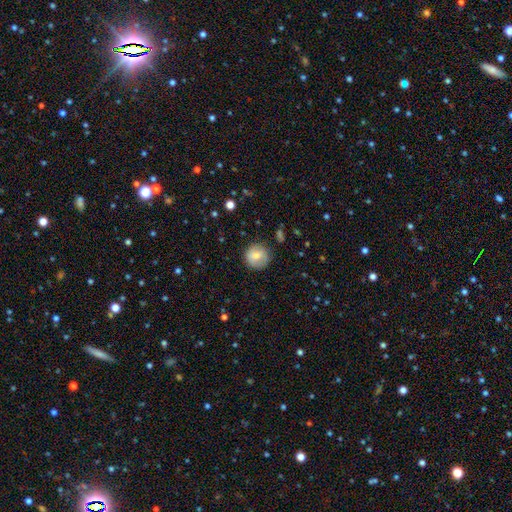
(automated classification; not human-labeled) Q: Smooth or featured?
A: smooth (78%); runner-up: featured or disk (14%)
Q: How rounded?
A: round (93%); runner-up: in between (6%)
Q: Merging?
A: none (84%); runner-up: minor disturbance (12%)